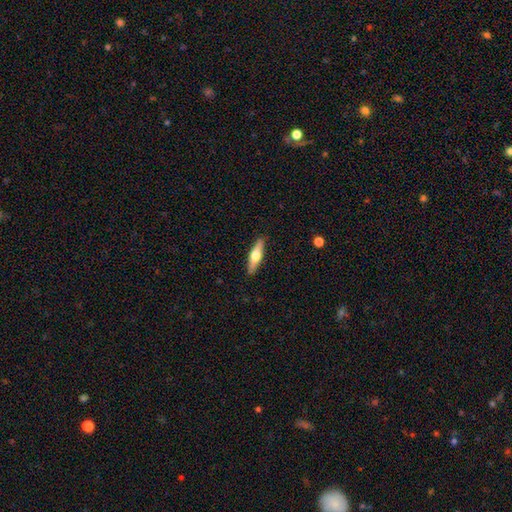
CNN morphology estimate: Smooth or featured? featured or disk (48%)
Merging? none (89%)